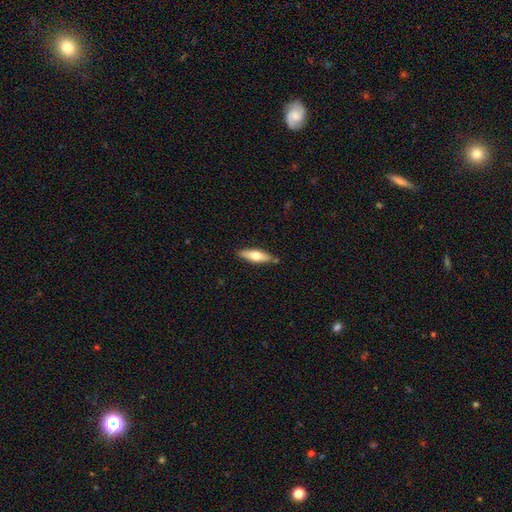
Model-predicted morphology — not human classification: smooth_or_featured: smooth (p=0.58) [alt: featured or disk p=0.36]
how_rounded: cigar-shaped (p=0.57) [alt: in between p=0.40]
merging: none (p=0.82) [alt: minor disturbance p=0.13]